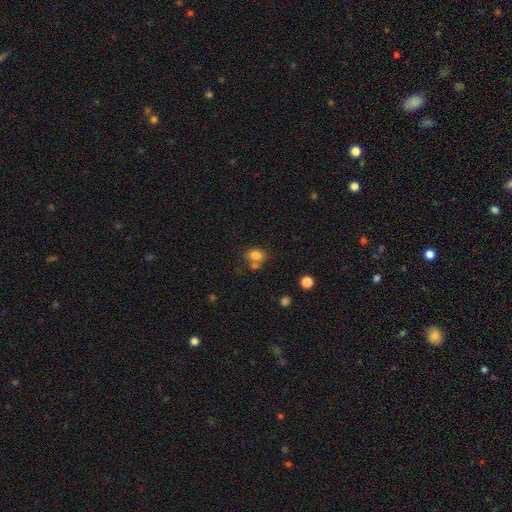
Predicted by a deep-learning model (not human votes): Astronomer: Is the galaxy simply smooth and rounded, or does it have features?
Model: smooth — 80%.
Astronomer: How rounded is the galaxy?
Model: in between — 61% (runner-up: round, 38%).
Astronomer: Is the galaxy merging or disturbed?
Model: none — 58%.